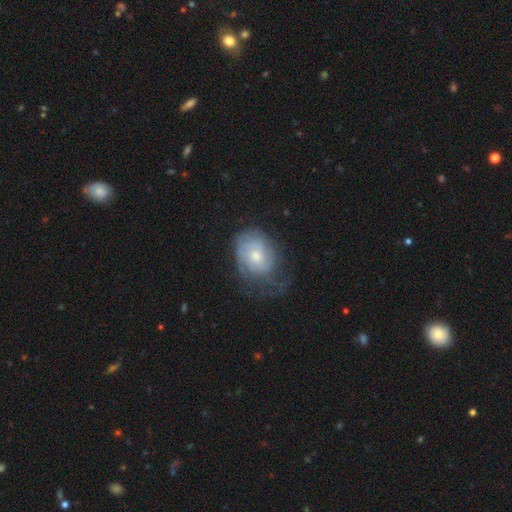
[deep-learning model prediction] This is likely a featured or disk galaxy (66%). It is clearly not viewed edge-on (97%). Bar: likely no (76%). Spiral arm pattern: clearly yes (85%). Spiral arm count: possibly can't tell (51%). Spiral winding: likely tight (63%). Central bulge: possibly moderate (52%). Merging: possibly none (50%).